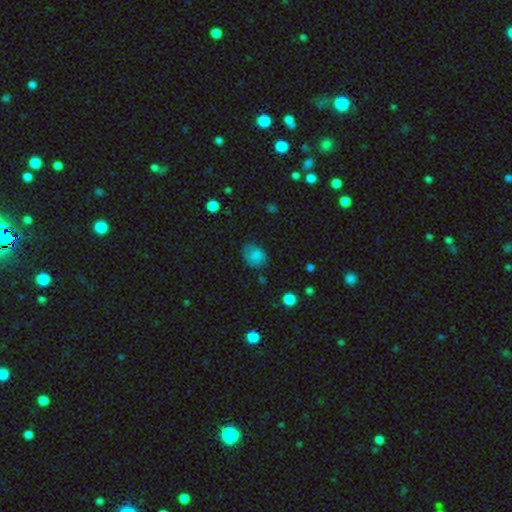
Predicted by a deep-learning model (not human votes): This appears to be a smooth galaxy with no disk features (79%) that is in between round and cigar-shaped (54%). Merging: none (60%).